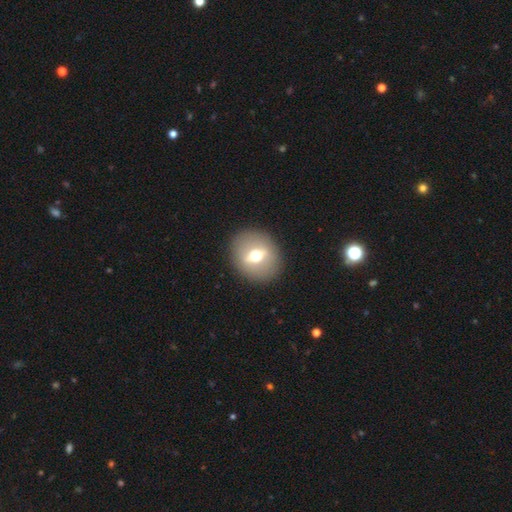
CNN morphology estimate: Q: Smooth or featured?
A: featured or disk (46%); runner-up: smooth (45%)
Q: Merging?
A: none (89%); runner-up: minor disturbance (7%)